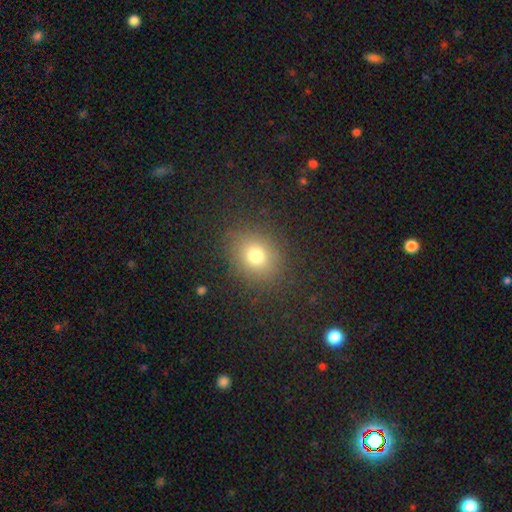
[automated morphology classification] This appears to be a smooth galaxy with no disk features (75%) that is round (65%). Merging: none (85%).